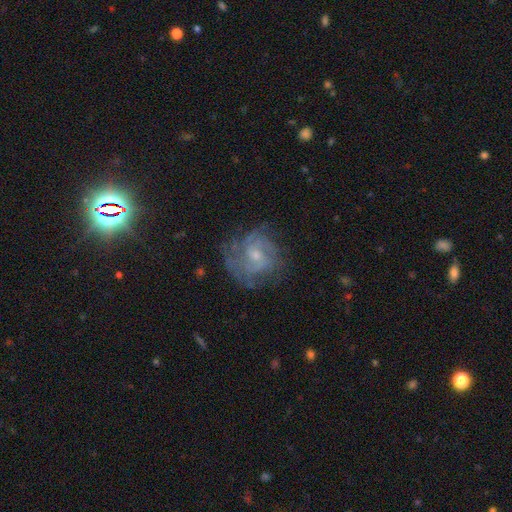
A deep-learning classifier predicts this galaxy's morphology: smooth-or-featured: featured or disk: 73% | smooth: 18% | star or artifact: 9%
  disk-edge-on: no: 98% | yes: 2%
    bar: no: 55% | weak: 39% | strong: 6%
    has-spiral-arms: yes: 85% | no: 15%
      spiral-winding: tight: 43% | medium: 42% | loose: 16%
      spiral-arm-count: can't tell: 40% | 2: 22% | 3: 19% | 4: 9% | 1: 5% | more than 4: 5%
    bulge-size: small: 61% | moderate: 32% | none: 4% | large: 1% | dominant: 1%
  merging: none: 62% | minor disturbance: 21% | major disturbance: 15% | merger: 2%